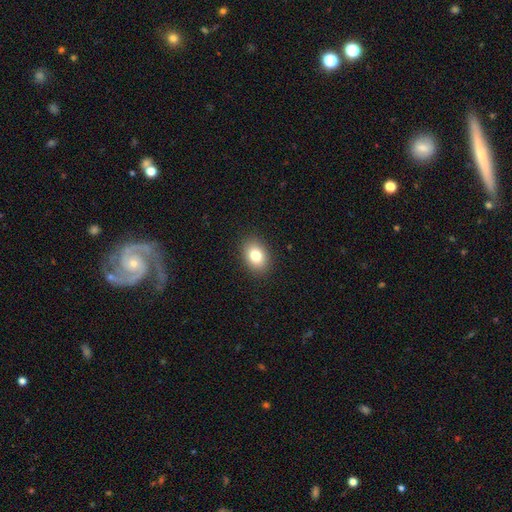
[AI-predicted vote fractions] smooth 81%, star or artifact 10%, featured or disk 10%. Down the decision tree: how rounded — in between (71%); merging — none (90%).